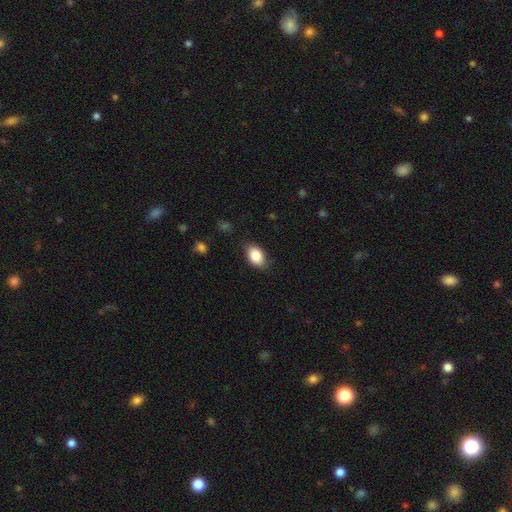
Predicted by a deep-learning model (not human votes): Morphology: type=smooth (86%); roundness=in between (87%); merging=none (80%).